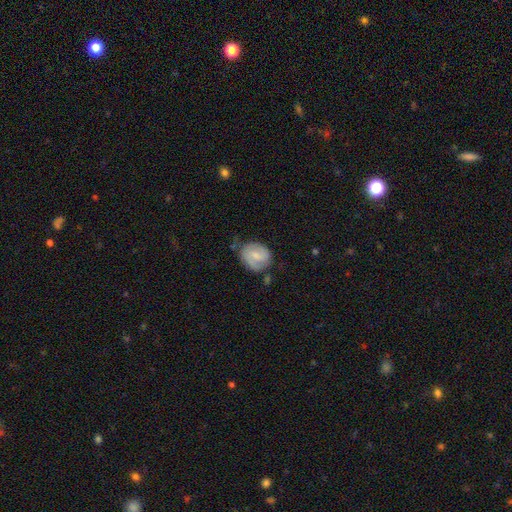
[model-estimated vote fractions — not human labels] This appears to be a featured or disk galaxy (51%). Merging: none (60%).